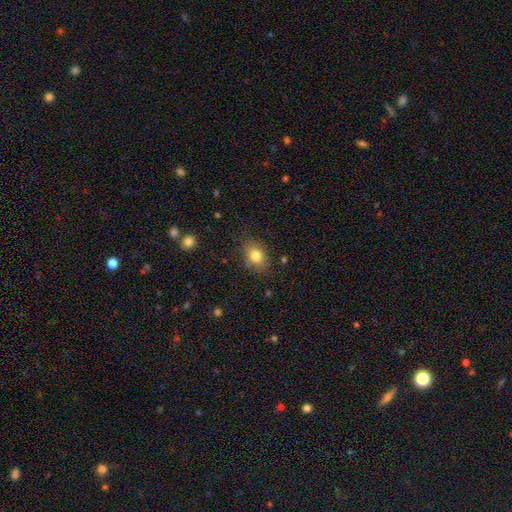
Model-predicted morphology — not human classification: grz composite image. It shows a smooth galaxy with no disk features (81%) that is in between round and cigar-shaped (56%). Merging: none (80%).